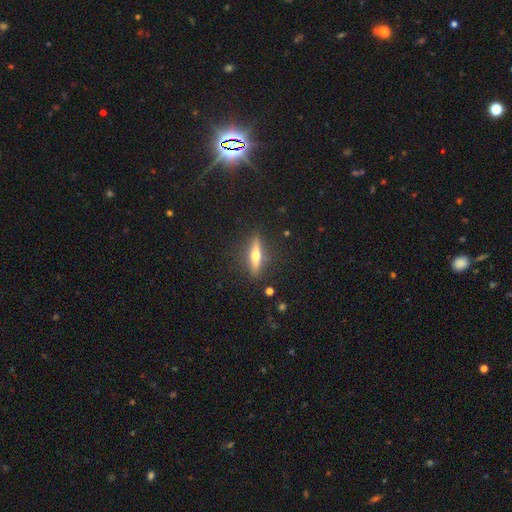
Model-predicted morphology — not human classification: Q: Smooth or featured?
A: featured or disk (59%); runner-up: smooth (34%)
Q: Edge-on disk?
A: yes (95%); runner-up: no (5%)
Q: Edge-on bulge?
A: rounded (93%); runner-up: none (4%)
Q: Merging?
A: none (88%); runner-up: minor disturbance (8%)